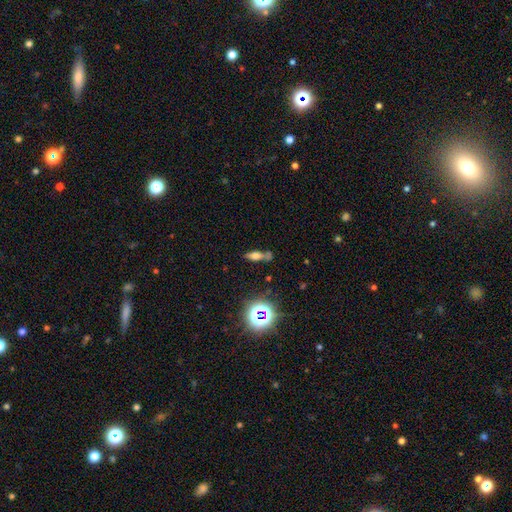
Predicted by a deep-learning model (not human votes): smooth 49%, featured or disk 32%, star or artifact 19%. Down the decision tree: merging — none (60%).